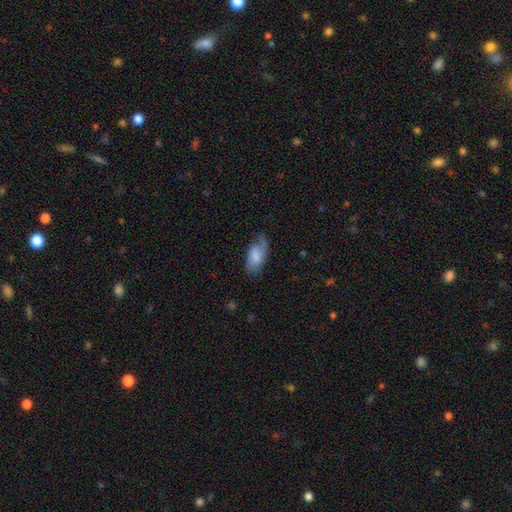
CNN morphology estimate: Smooth or featured: smooth — 56% (featured or disk — 37%)
How rounded: in between — 91% (cigar-shaped — 6%)
Merging: none — 62% (minor disturbance — 25%)